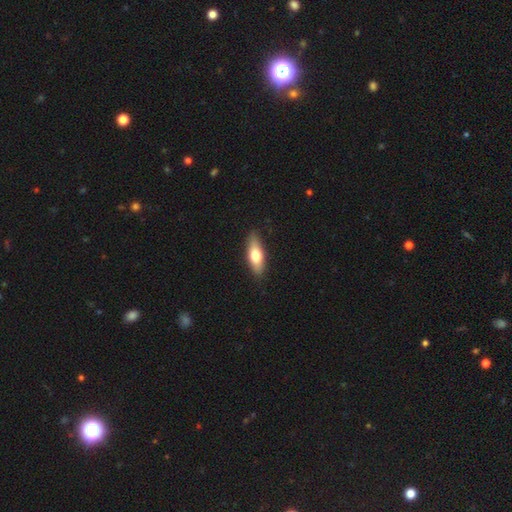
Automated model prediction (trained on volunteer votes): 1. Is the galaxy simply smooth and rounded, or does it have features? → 65% smooth, 29% featured or disk, 6% star or artifact.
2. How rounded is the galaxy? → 62% in between, 35% cigar-shaped, 3% round.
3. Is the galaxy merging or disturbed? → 86% none, 11% minor disturbance, 2% major disturbance, 1% merger.